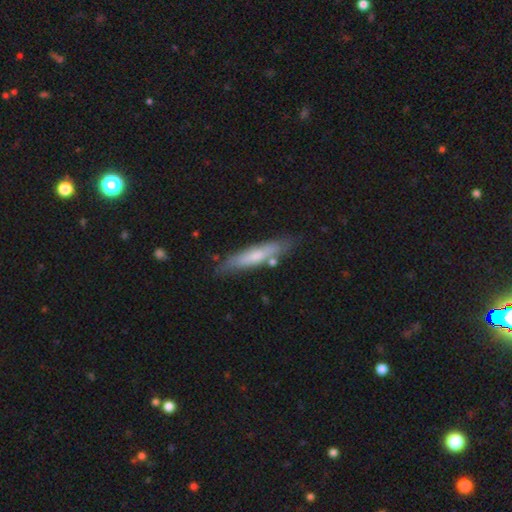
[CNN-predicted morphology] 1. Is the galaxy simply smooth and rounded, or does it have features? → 59% smooth, 35% featured or disk, 6% star or artifact.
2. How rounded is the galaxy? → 84% cigar-shaped, 15% in between, 1% round.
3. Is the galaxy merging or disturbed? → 77% none, 15% minor disturbance, 5% merger, 3% major disturbance.